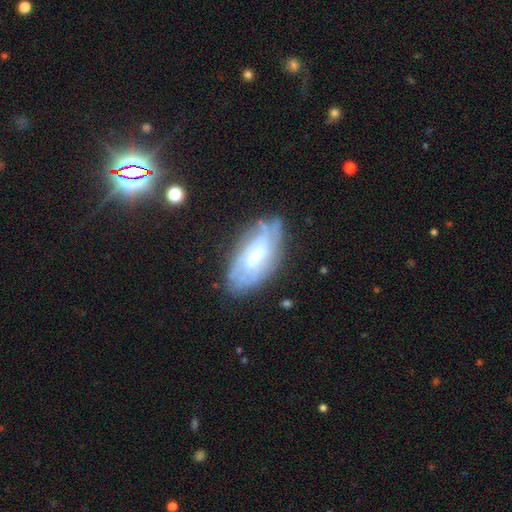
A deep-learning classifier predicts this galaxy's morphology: Smooth or featured? featured or disk (64%)
Edge-on disk? no (89%)
Bar? no (50%)
Spiral arms? yes (79%)
Bulge size? small (42%, tied with moderate)
Merging? none (70%)